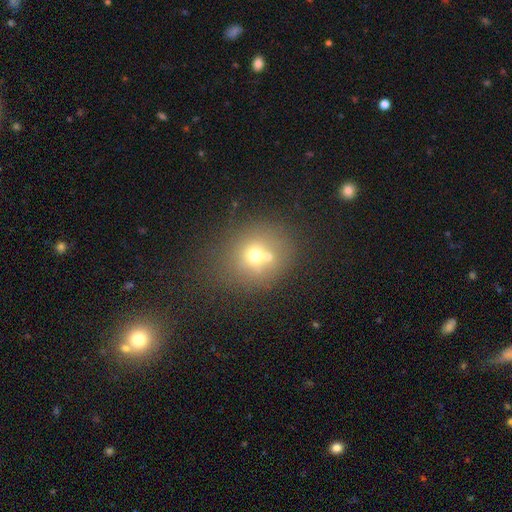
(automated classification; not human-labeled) A smooth galaxy with no disk features (63%) that is round (77%). Merging: none (53%).